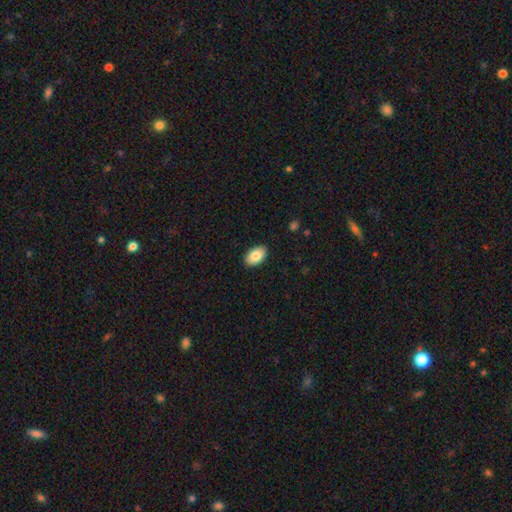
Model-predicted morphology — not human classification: Overall: smooth (85%). How rounded: in between (93%). Merging: none (89%).